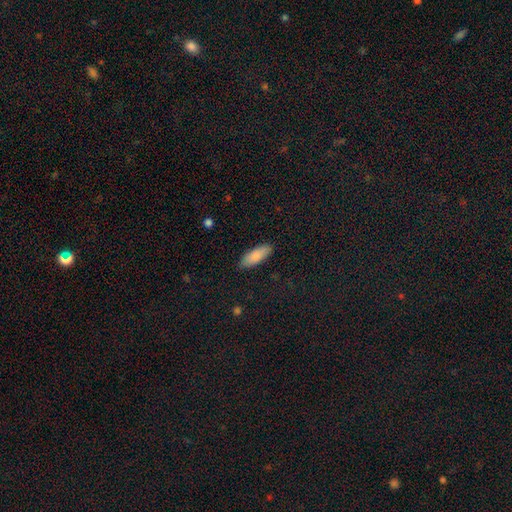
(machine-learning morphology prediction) type=smooth (86%); roundness=in between (71%); merging=none (87%).